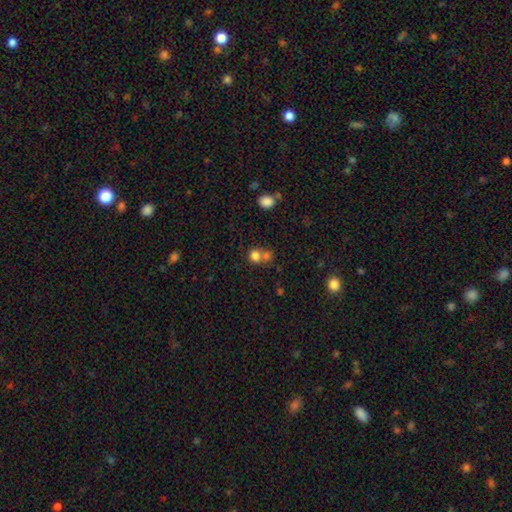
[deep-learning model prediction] smooth-or-featured: smooth: 77% | star or artifact: 13% | featured or disk: 10%
  how-rounded: round: 80% | in between: 19% | cigar-shaped: 1%
  merging: merger: 47% | none: 41% | minor disturbance: 8% | major disturbance: 4%